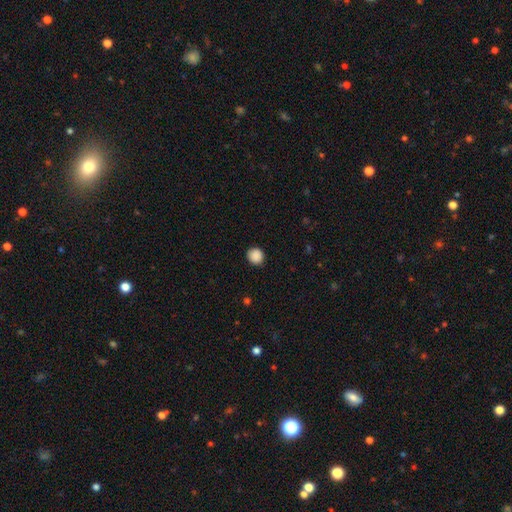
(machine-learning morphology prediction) Overall: smooth (89%). How rounded: round (89%). Merging: none (90%).